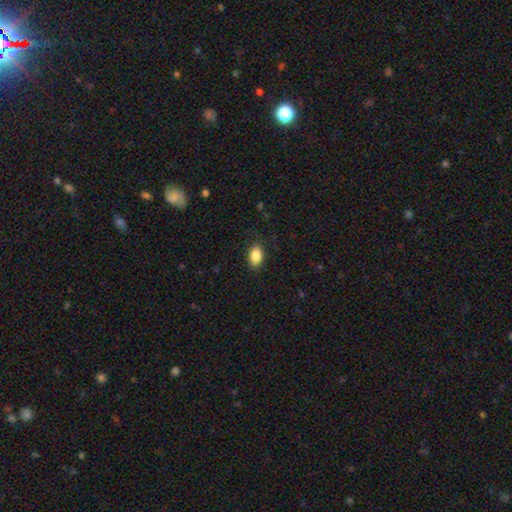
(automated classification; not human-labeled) Smooth or featured? smooth (87%)
How rounded? in between (89%)
Merging? none (86%)